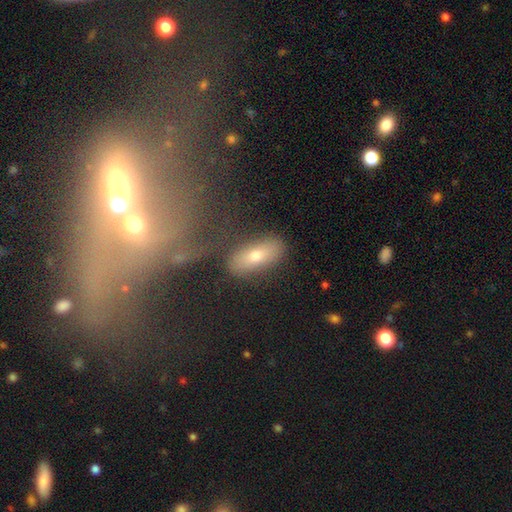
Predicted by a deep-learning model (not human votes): This is likely a smooth galaxy (64%). How rounded: likely in between (77%). Merging: likely none (80%).